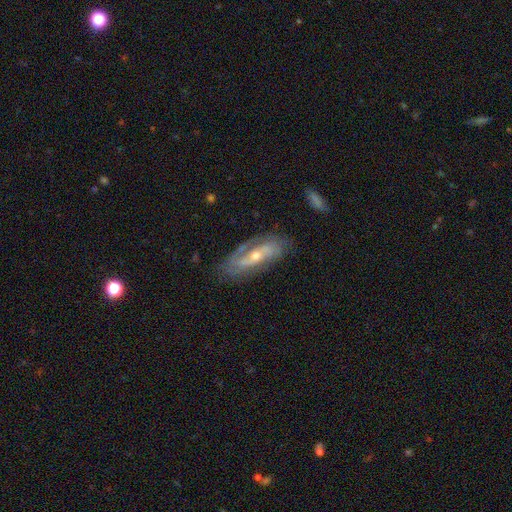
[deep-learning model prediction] Smooth or featured? featured or disk (77%)
Edge-on disk? no (83%)
Bar? no (46%)
Spiral arms? yes (83%)
Spiral winding? tight (42%)
Spiral arm count? 2 (59%)
Bulge size? moderate (52%)
Merging? none (72%)